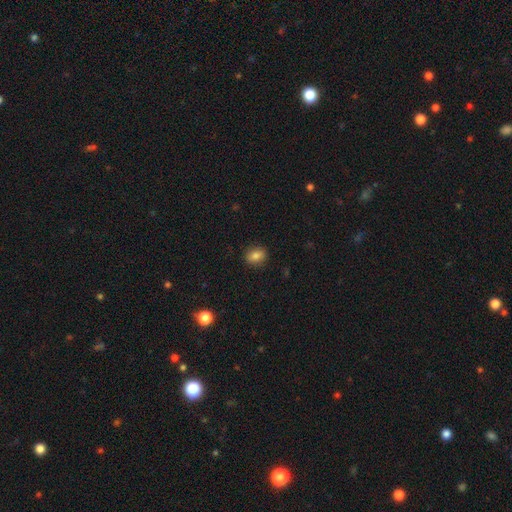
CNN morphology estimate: A smooth galaxy with no disk features (83%) that is round (50%).

Vote fractions:
- Smooth or featured? smooth: 83% / star or artifact: 10% / featured or disk: 7%
- How rounded? round: 50% / in between: 49% / cigar-shaped: 1%
- Merging? none: 88% / minor disturbance: 9% / major disturbance: 2% / merger: 1%